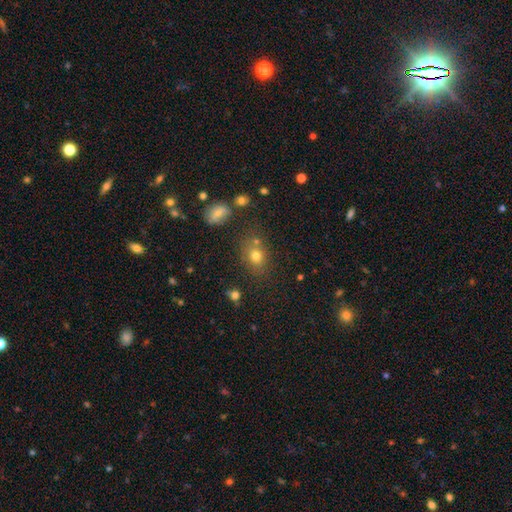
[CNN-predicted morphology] Smooth or featured? Predicted: smooth (p=0.73). How rounded? Predicted: round (p=0.51). Merging? Predicted: none (p=0.68).